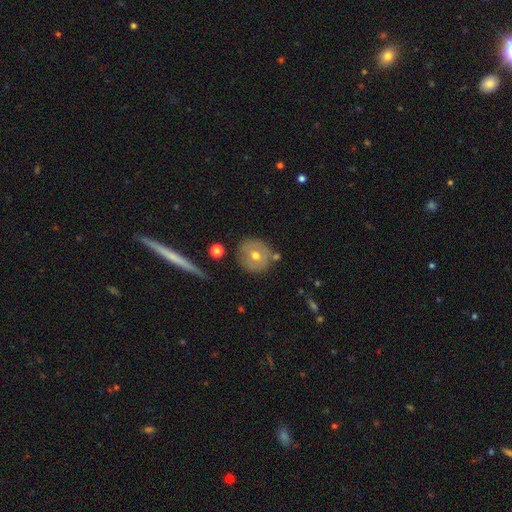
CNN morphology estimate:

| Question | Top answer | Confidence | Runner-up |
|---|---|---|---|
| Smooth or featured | smooth | 54% | featured or disk (38%) |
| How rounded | round | 90% | in between (9%) |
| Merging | none | 79% | minor disturbance (12%) |